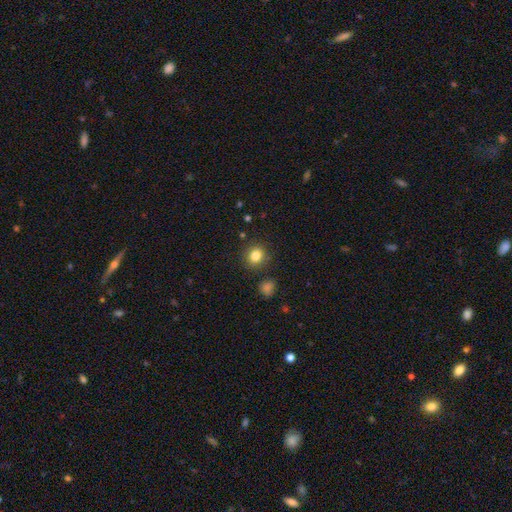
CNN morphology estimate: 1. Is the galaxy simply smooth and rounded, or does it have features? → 83% smooth, 11% star or artifact, 6% featured or disk.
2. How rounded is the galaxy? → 80% round, 19% in between, 1% cigar-shaped.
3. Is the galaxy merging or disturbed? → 86% none, 9% minor disturbance, 3% merger, 3% major disturbance.